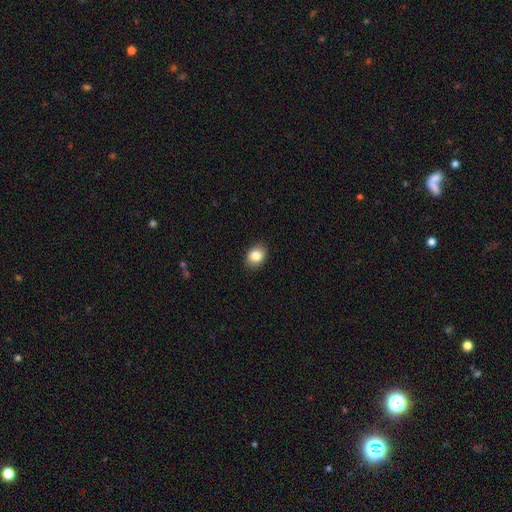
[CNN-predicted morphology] smooth 85%, star or artifact 8%, featured or disk 7%. Down the decision tree: how rounded — in between (63%); merging — none (90%).